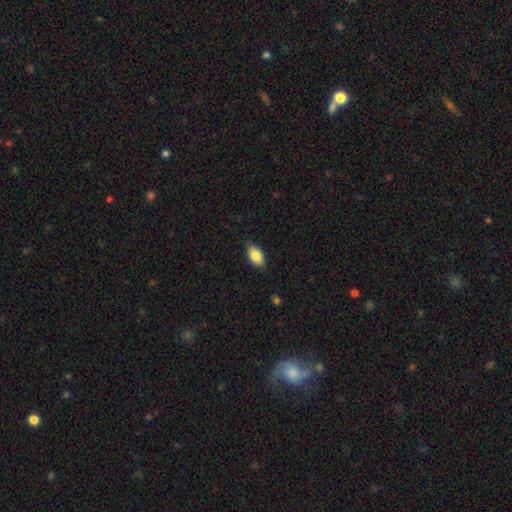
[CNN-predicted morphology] The model was most divided on "merging": none: 82%, minor disturbance: 15%, major disturbance: 2%, merger: 1%. More confident: how rounded — in between (92%); smooth or featured — smooth (83%).